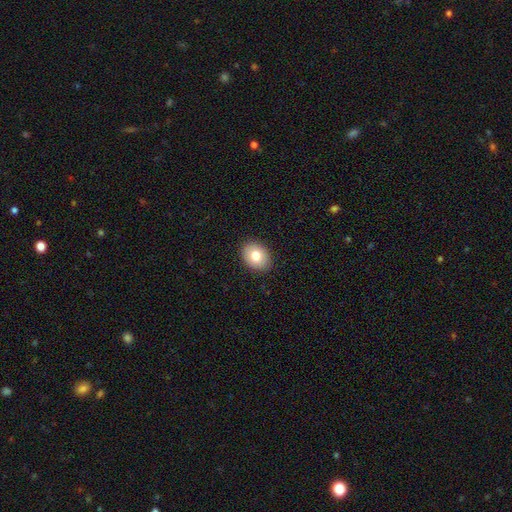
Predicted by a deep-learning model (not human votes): Overall: smooth (80%). How rounded: in between (64%; round 35%). Merging: none (89%).